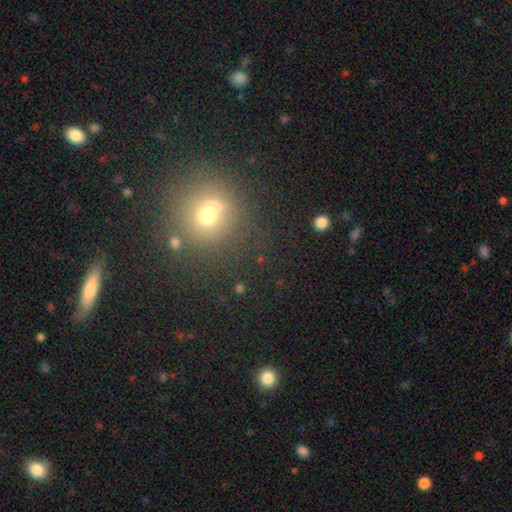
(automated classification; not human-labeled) smooth 53%, star or artifact 33%, featured or disk 14%. Down the decision tree: how rounded — round (86%); merging — none (82%).